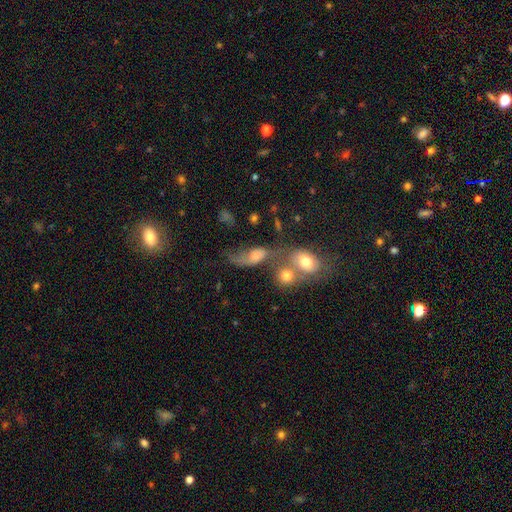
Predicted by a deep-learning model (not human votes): Smooth or featured?
  - smooth: 52% *
  - featured or disk: 34%
  - star or artifact: 14%
How rounded?
  - in between: 72% *
  - round: 21%
  - cigar-shaped: 7%
Merging?
  - merger: 47% *
  - major disturbance: 21%
  - none: 20%
  - minor disturbance: 13%